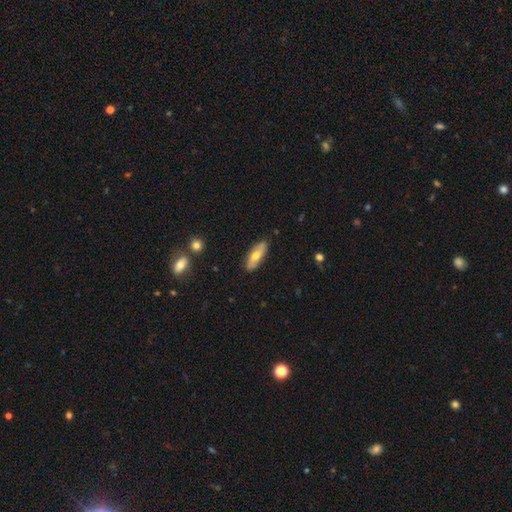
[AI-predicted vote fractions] Smooth or featured?
  - smooth: 58% *
  - featured or disk: 37%
  - star or artifact: 6%
How rounded?
  - in between: 61% *
  - cigar-shaped: 36%
  - round: 3%
Merging?
  - none: 87% *
  - minor disturbance: 10%
  - major disturbance: 2%
  - merger: 1%